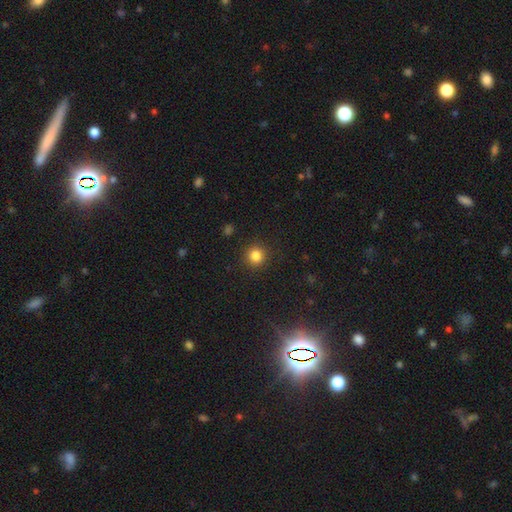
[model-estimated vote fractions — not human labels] A smooth galaxy with no disk features (83%) that is round (93%).

Vote fractions:
- Smooth or featured? smooth: 83% / star or artifact: 12% / featured or disk: 5%
- How rounded? round: 93% / in between: 6% / cigar-shaped: 1%
- Merging? none: 91% / minor disturbance: 6% / major disturbance: 2% / merger: 1%